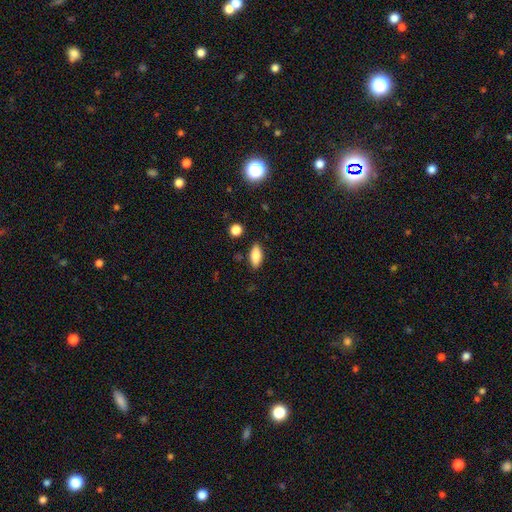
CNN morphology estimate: smooth 82%, featured or disk 11%, star or artifact 8%. Down the decision tree: how rounded — in between (82%); merging — none (85%).